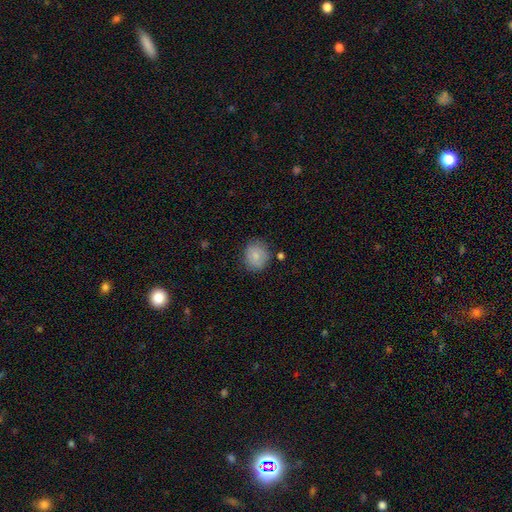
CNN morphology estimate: smooth_or_featured: smooth (p=0.79) [alt: featured or disk p=0.13]
how_rounded: round (p=0.76) [alt: in between p=0.24]
merging: none (p=0.77) [alt: minor disturbance p=0.16]